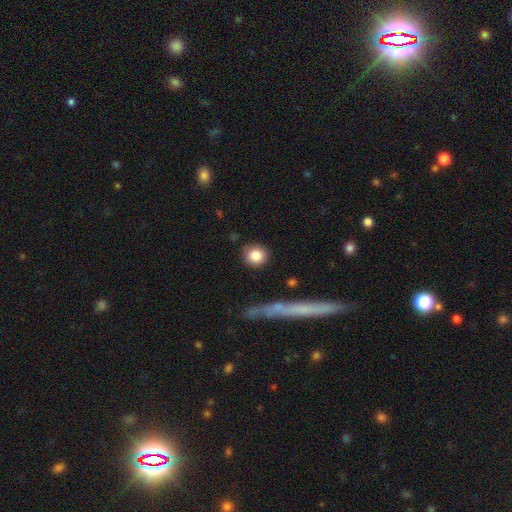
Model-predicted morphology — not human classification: This appears to be a smooth galaxy with no disk features (84%) that is round (89%). Merging: none (86%).